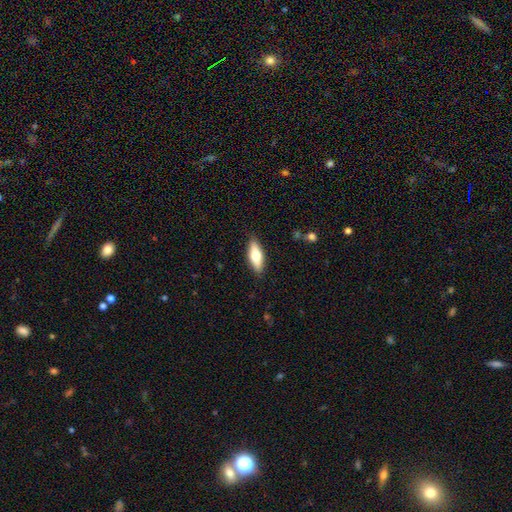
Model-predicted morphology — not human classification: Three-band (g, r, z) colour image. It shows a smooth galaxy with no disk features (60%) that is in between round and cigar-shaped (59%). Merging: none (88%).